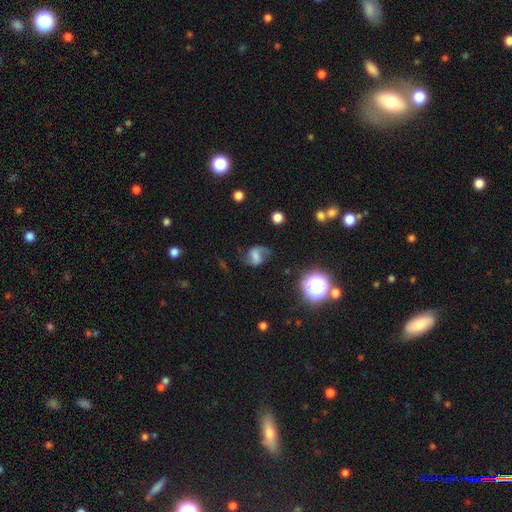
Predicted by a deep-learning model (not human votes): featured or disk 49%, smooth 37%, star or artifact 15%. Down the decision tree: merging — none (53%).